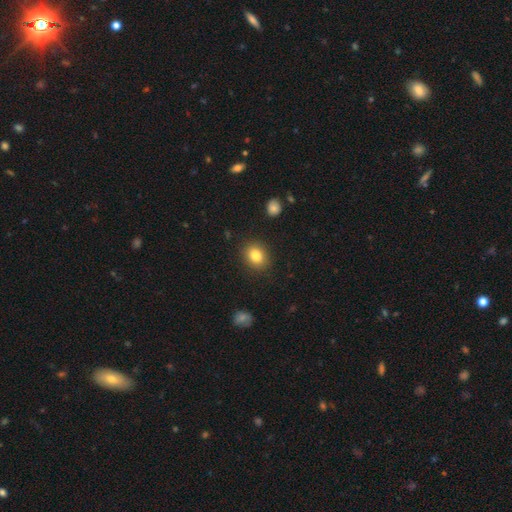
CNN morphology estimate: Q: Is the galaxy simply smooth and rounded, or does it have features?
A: smooth — 83%.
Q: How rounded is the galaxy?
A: round — 52%.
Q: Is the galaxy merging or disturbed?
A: none — 87%.